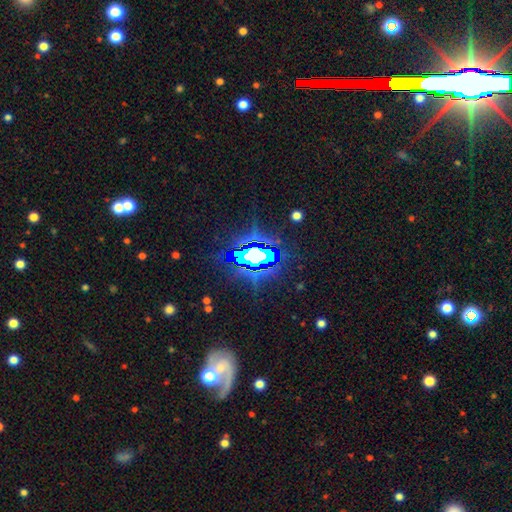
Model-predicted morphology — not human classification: smooth_or_featured: star or artifact (p=0.75) [alt: featured or disk p=0.14]